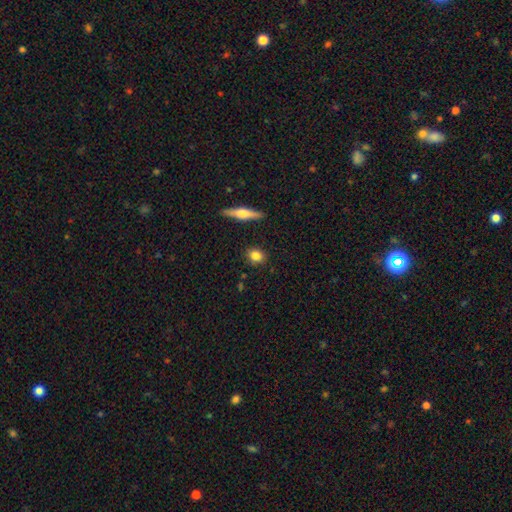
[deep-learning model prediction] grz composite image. It shows a smooth galaxy with no disk features (80%) that is round (54%). Merging: none (88%).